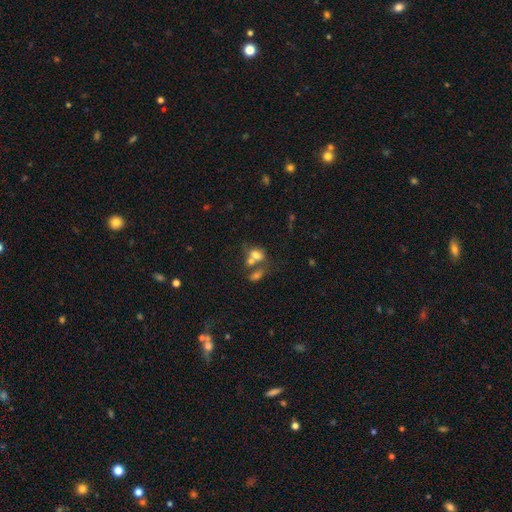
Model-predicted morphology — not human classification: This is likely a smooth galaxy (69%). How rounded: likely in between (62%). Merging: possibly merger (51%).